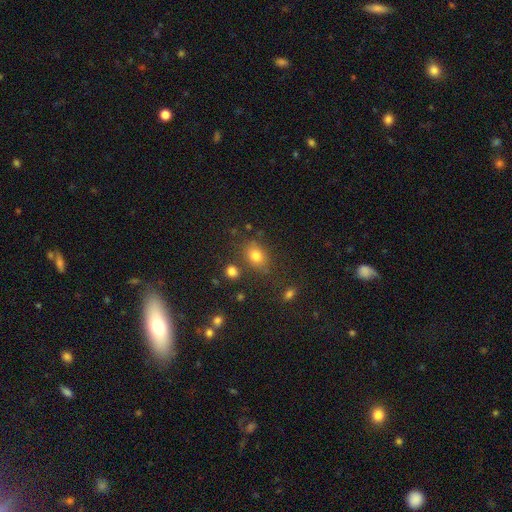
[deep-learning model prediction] This appears to be a smooth galaxy with no disk features (79%) that is in between round and cigar-shaped (66%). Merging: none (74%).